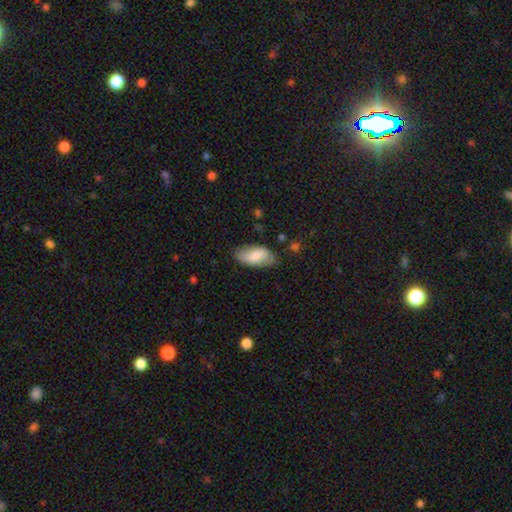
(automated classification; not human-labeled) Smooth or featured: smooth — 78% (featured or disk — 16%)
How rounded: in between — 92% (cigar-shaped — 5%)
Merging: none — 73% (minor disturbance — 21%)